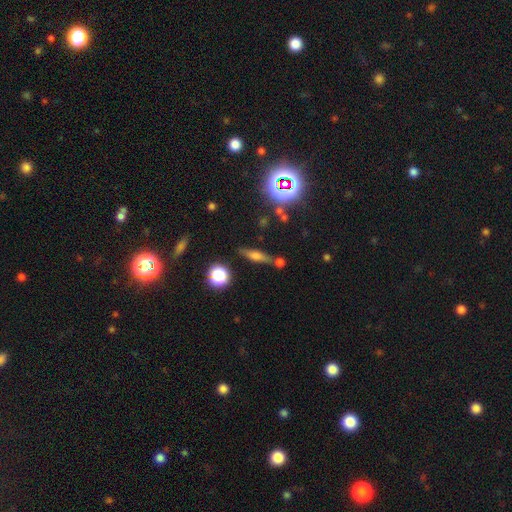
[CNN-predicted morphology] This is marginally a smooth galaxy (44%). Merging: likely none (70%).